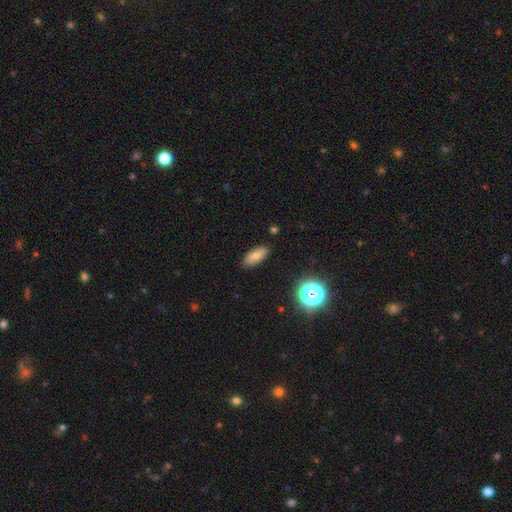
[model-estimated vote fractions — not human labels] Q: Smooth or featured?
A: smooth (80%); runner-up: star or artifact (10%)
Q: How rounded?
A: in between (85%); runner-up: cigar-shaped (12%)
Q: Merging?
A: none (87%); runner-up: minor disturbance (10%)